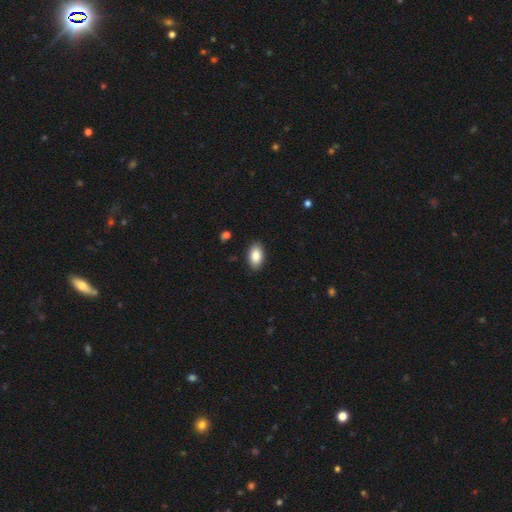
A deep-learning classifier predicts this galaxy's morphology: This appears to be a smooth galaxy with no disk features (87%) that is in between round and cigar-shaped (94%). Merging: none (88%).